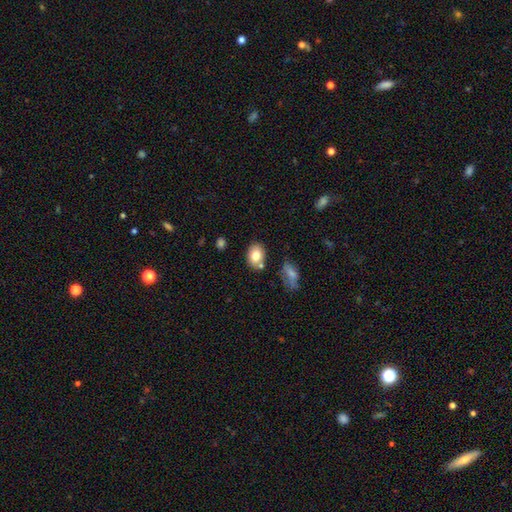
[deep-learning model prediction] Morphology: type=smooth (78%); roundness=in between (70%); merging=none (73%).